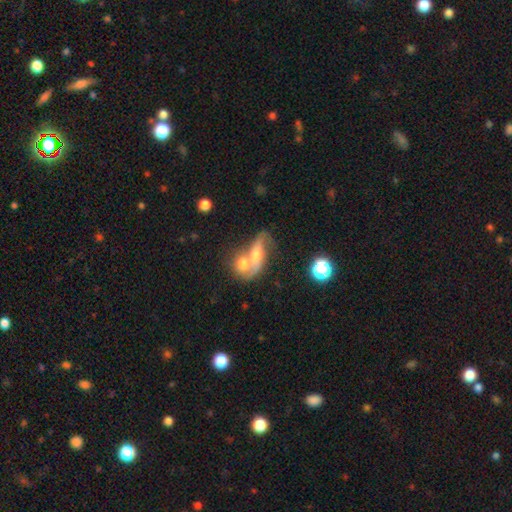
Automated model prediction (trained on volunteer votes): This is possibly a featured or disk galaxy (55%). It is clearly not viewed edge-on (84%). Merging: likely merger (61%).